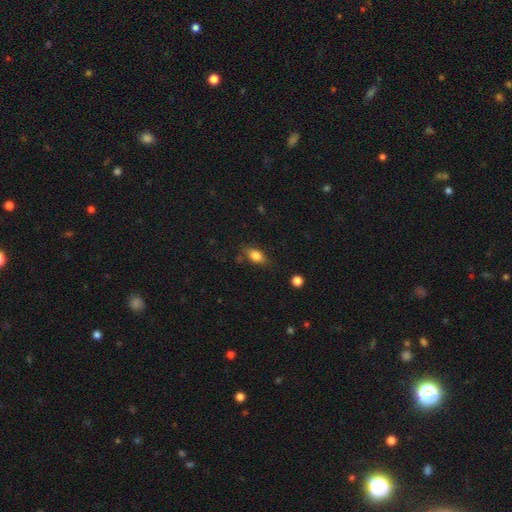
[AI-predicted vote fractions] A smooth galaxy with no disk features (80%) that is in between round and cigar-shaped (83%). Merging: none (74%).